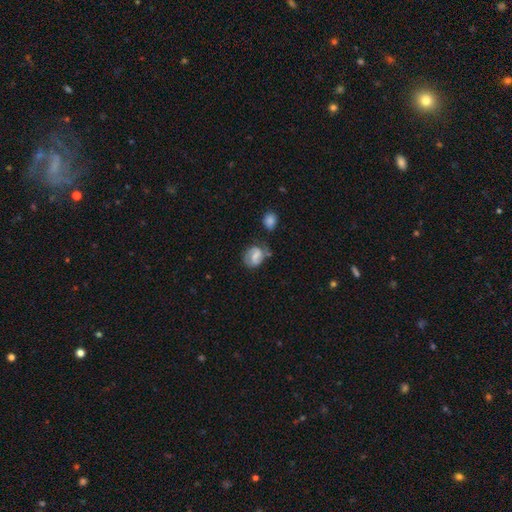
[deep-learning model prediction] The model was most divided on "bulge size": small: 39%, moderate: 34%, none: 18%, large: 7%, dominant: 2%. Remaining: edge-on disk — no (97%); spiral arms — yes (86%); spiral arm count — 2 (80%); smooth or featured — featured or disk (61%); merging — none (57%); bar — weak (50%); spiral winding — medium (46%).